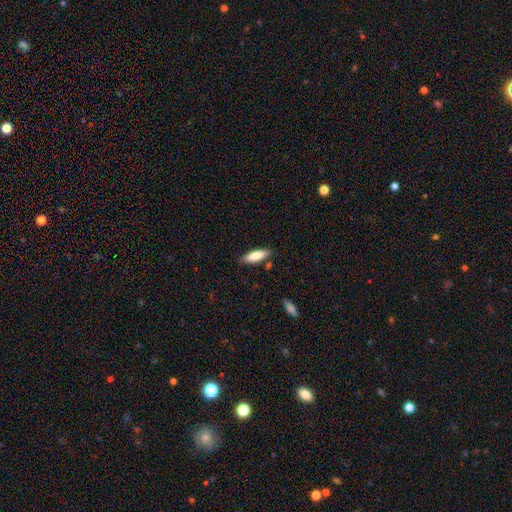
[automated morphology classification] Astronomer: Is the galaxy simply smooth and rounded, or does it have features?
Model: smooth — 80%.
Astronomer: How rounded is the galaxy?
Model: in between — 49%, tied with cigar-shaped at 49%.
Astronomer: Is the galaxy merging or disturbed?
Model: none — 83%.